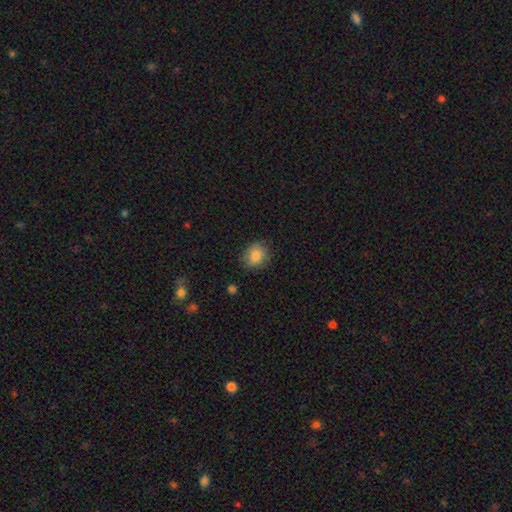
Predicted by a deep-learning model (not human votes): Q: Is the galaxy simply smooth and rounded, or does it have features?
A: smooth — 86%.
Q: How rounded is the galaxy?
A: round — 62%.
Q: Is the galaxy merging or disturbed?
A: none — 82%.